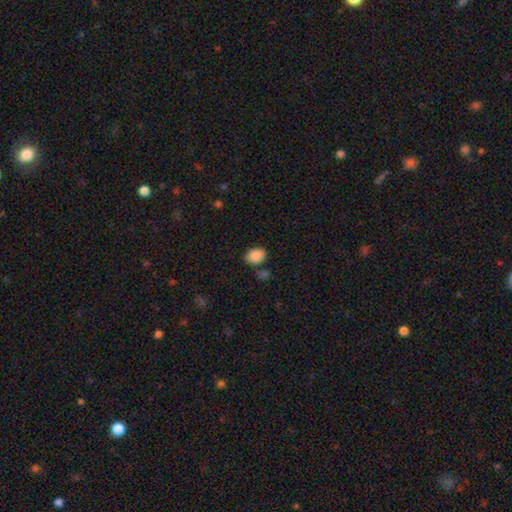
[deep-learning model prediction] The model was most divided on "how rounded": in between: 71%, round: 29%, cigar-shaped: 1%. More confident: smooth or featured — smooth (88%); merging — none (73%).